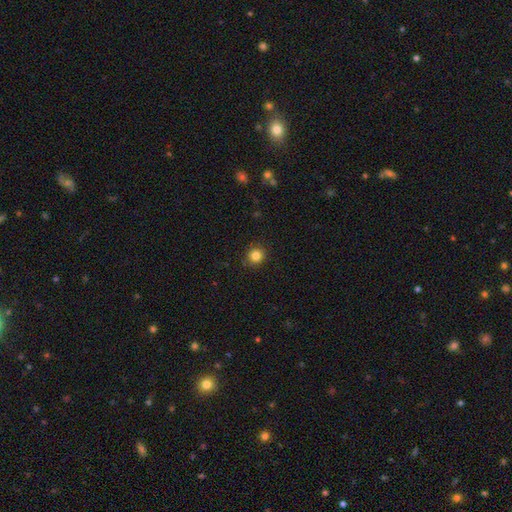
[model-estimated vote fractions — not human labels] A smooth galaxy with no disk features (84%) that is round (92%).

Vote fractions:
- Smooth or featured? smooth: 84% / star or artifact: 11% / featured or disk: 5%
- How rounded? round: 92% / in between: 7% / cigar-shaped: 1%
- Merging? none: 90% / minor disturbance: 7% / major disturbance: 2% / merger: 1%